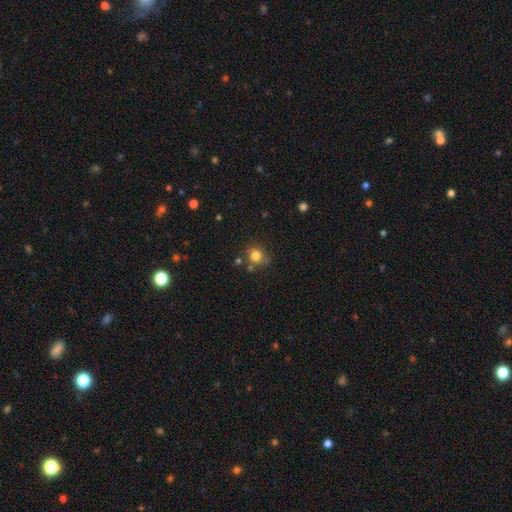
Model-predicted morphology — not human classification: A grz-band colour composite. It shows a smooth galaxy with no disk features (80%) that is round (83%). Merging: none (70%).